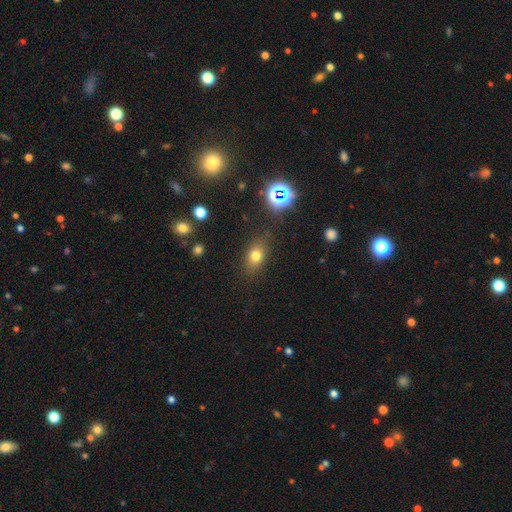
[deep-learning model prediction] A smooth galaxy with no disk features (73%) that is in between round and cigar-shaped (64%).

Vote fractions:
- Smooth or featured? smooth: 73% / star or artifact: 17% / featured or disk: 10%
- How rounded? in between: 64% / round: 33% / cigar-shaped: 3%
- Merging? none: 79% / minor disturbance: 14% / major disturbance: 5% / merger: 2%